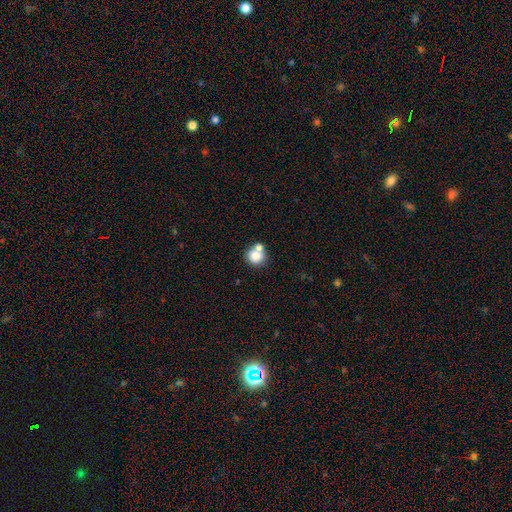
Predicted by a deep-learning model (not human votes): A smooth galaxy with no disk features (79%) that is round (83%). Merging: none (50%).